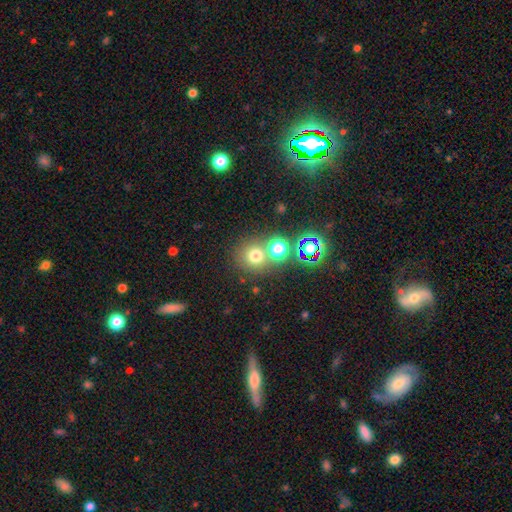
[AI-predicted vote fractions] Smooth or featured: smooth — 68% (star or artifact — 23%)
How rounded: round — 90% (in between — 9%)
Merging: none — 64% (merger — 25%)